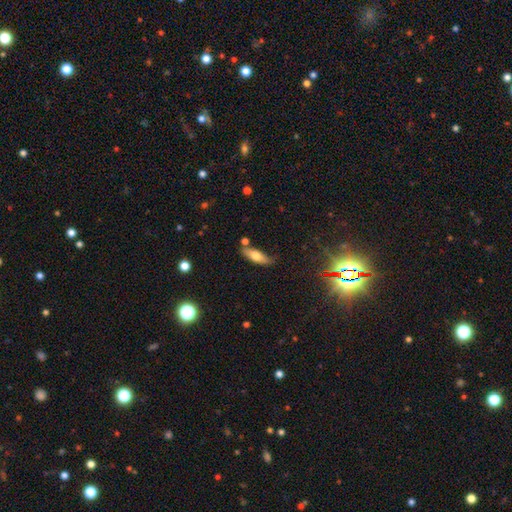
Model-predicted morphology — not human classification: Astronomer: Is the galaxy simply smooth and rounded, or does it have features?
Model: smooth — 64%.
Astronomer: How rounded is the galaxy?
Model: in between — 60% (runner-up: cigar-shaped, 37%).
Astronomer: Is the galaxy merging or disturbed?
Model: none — 65%.